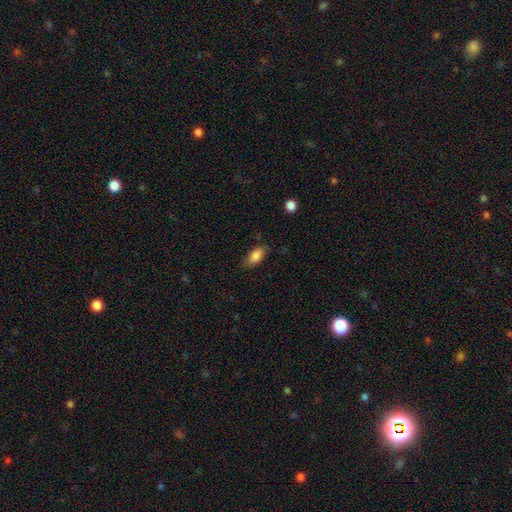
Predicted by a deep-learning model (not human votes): Morphology: type=smooth (84%); roundness=in between (87%); merging=none (78%).